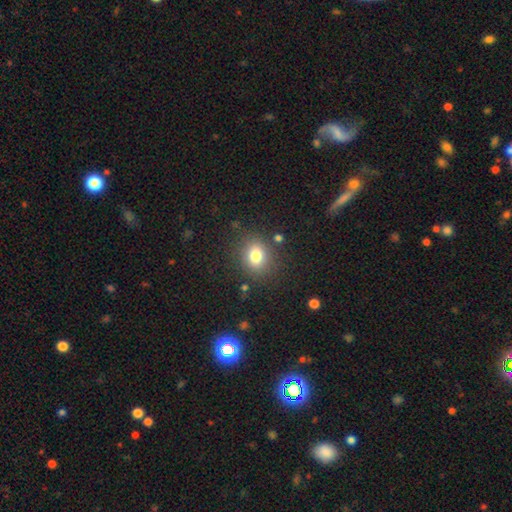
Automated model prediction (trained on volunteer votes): This is likely a smooth galaxy (79%). How rounded: possibly round (59%). Merging: clearly none (84%).